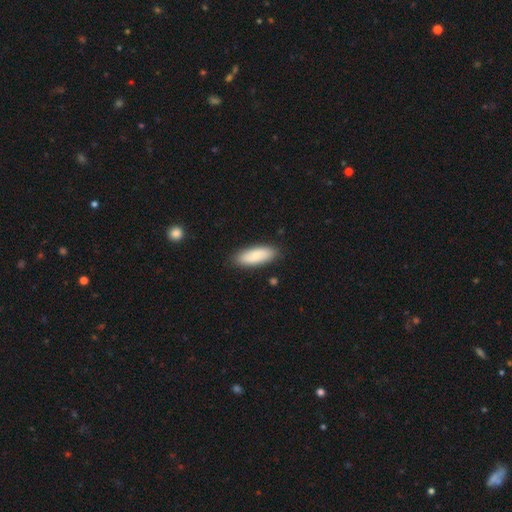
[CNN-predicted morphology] A smooth galaxy with no disk features (78%) that is in between round and cigar-shaped (72%).

Vote fractions:
- Smooth or featured? smooth: 78% / featured or disk: 17% / star or artifact: 5%
- How rounded? in between: 72% / cigar-shaped: 26% / round: 2%
- Merging? none: 87% / minor disturbance: 10% / major disturbance: 2% / merger: 1%